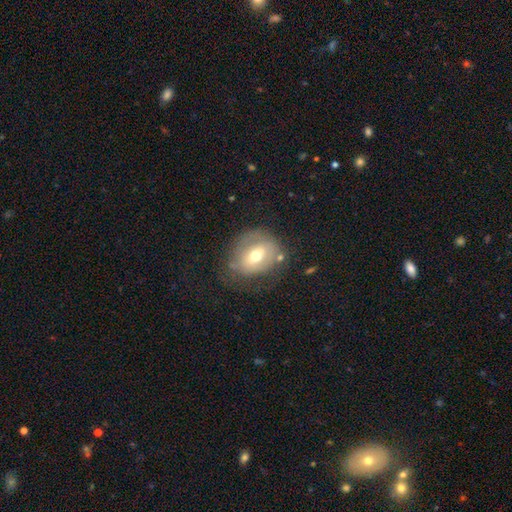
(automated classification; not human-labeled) Morphology: type=smooth (49%); merging=none (59%).